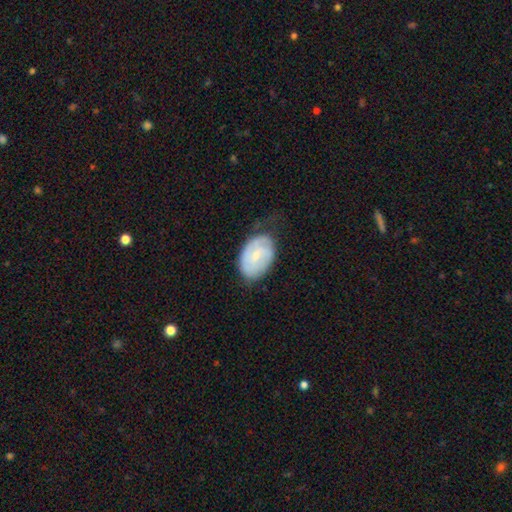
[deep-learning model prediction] Morphology: type=featured or disk (59%); edge-on=no (96%); bar=weak (48%); spiral arms=yes (81%); bulge=small (62%); merging=none (56%).